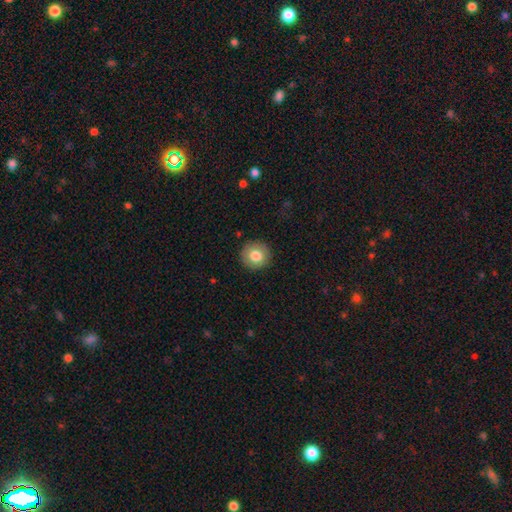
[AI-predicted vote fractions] Morphology: type=smooth (80%); roundness=round (95%); merging=none (91%).